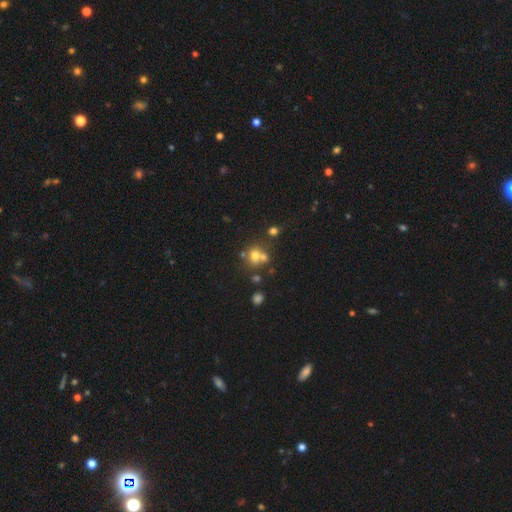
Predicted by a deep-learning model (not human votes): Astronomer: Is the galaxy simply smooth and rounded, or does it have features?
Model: smooth — 64%.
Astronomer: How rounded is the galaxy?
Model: round — 76%.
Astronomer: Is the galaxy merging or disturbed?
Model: none — 44% (runner-up: merger, 41%).